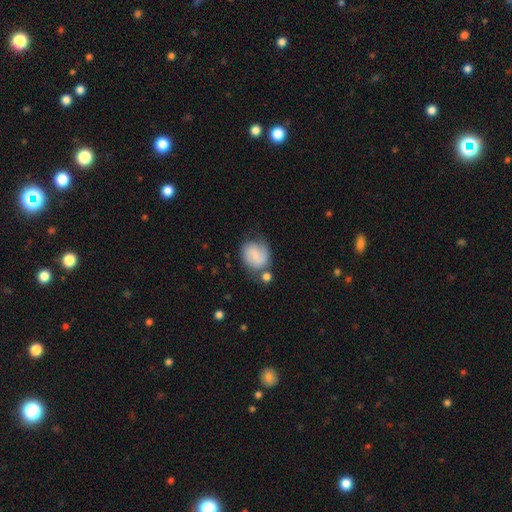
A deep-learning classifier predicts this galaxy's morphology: This is possibly a smooth galaxy (54%). How rounded: likely round (68%). Merging: possibly none (57%).